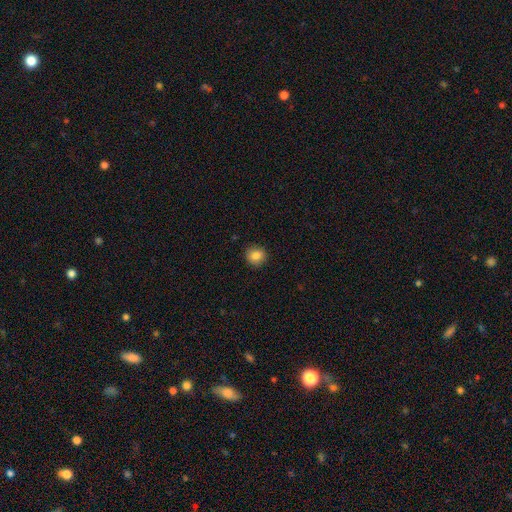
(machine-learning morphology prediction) Q: Smooth or featured?
A: smooth (84%); runner-up: star or artifact (10%)
Q: How rounded?
A: round (89%); runner-up: in between (10%)
Q: Merging?
A: none (89%); runner-up: minor disturbance (8%)